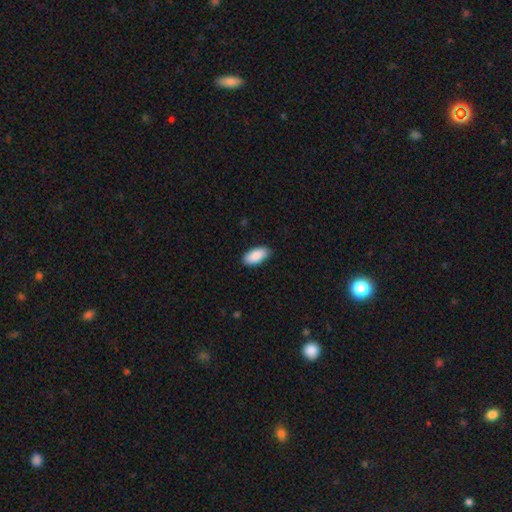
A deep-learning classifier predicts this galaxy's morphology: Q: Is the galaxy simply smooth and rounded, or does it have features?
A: smooth — 90%.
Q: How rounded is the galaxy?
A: in between — 93%.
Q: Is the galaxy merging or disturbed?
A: none — 87%.